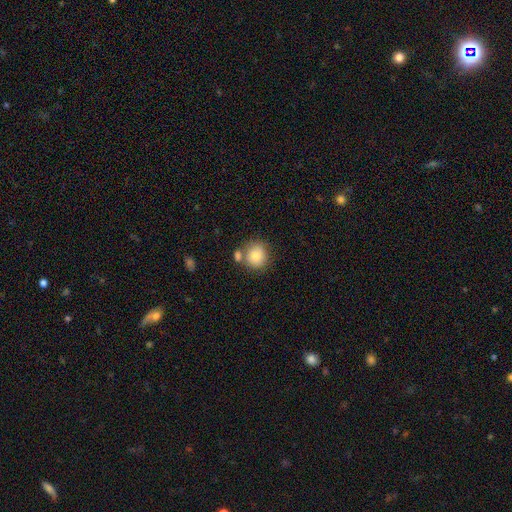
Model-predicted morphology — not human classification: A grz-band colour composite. It shows a smooth galaxy with no disk features (82%) that is round (86%). Merging: none (60%).